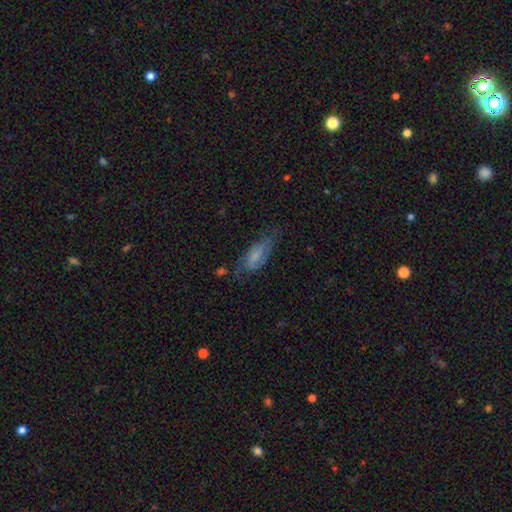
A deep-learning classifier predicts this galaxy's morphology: Overall: smooth (57%; featured or disk 34%). How rounded: in between (75%). Merging: none (57%; minor disturbance 27%).